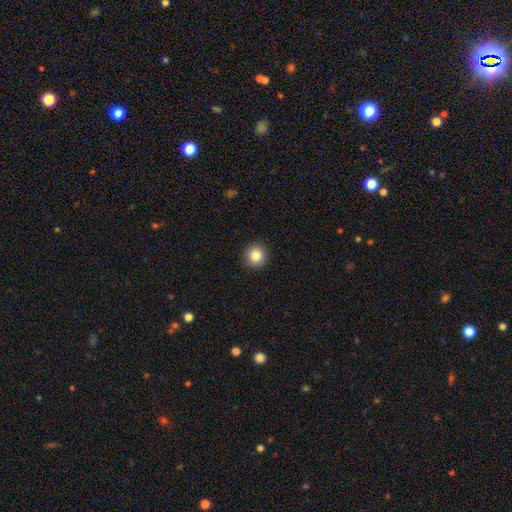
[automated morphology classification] Smooth or featured: smooth — 84% (star or artifact — 10%)
How rounded: round — 93% (in between — 6%)
Merging: none — 92% (minor disturbance — 5%)